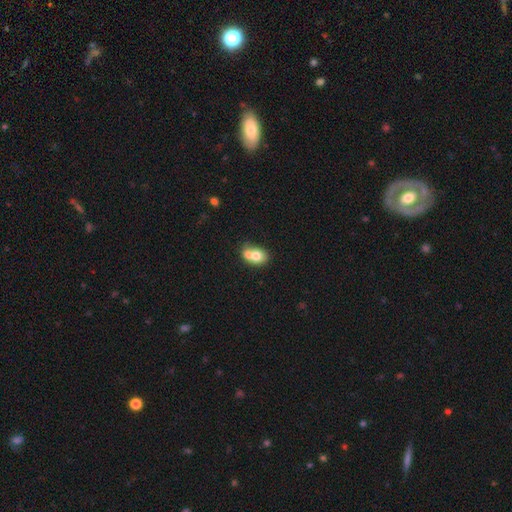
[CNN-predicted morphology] Overall: smooth (70%). How rounded: in between (58%; round 40%). Merging: merger (58%; none 27%).